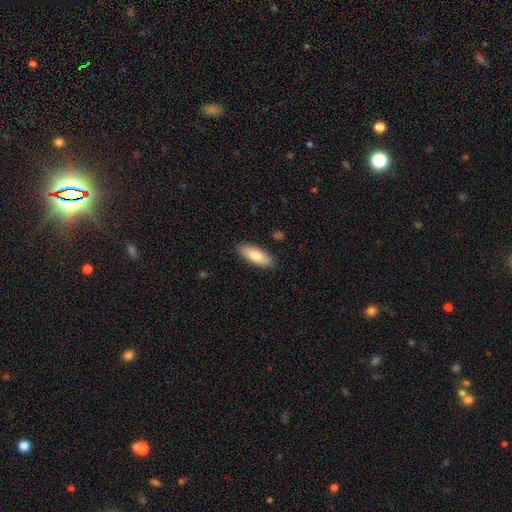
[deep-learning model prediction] This appears to be a smooth galaxy with no disk features (80%) that is in between round and cigar-shaped (67%). Merging: none (89%).